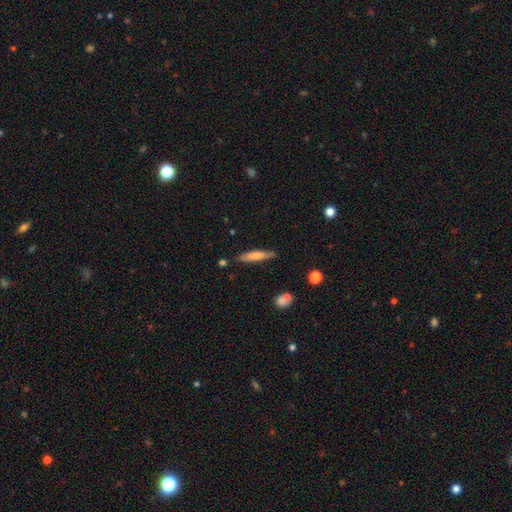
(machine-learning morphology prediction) Smooth or featured?
  - smooth: 68% *
  - featured or disk: 26%
  - star or artifact: 6%
How rounded?
  - cigar-shaped: 87% *
  - in between: 12%
  - round: 1%
Merging?
  - none: 79% *
  - minor disturbance: 15%
  - merger: 3%
  - major disturbance: 3%